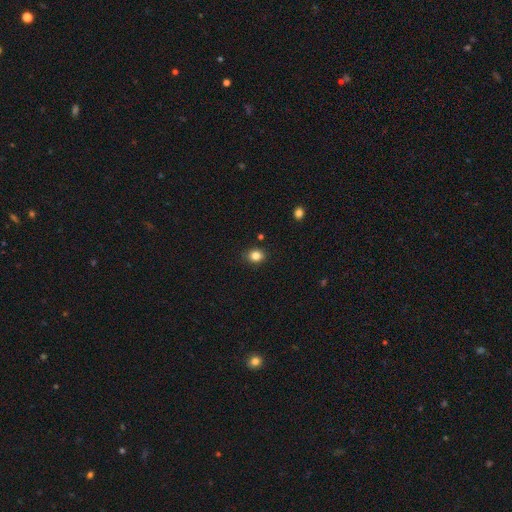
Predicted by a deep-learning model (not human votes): smooth 84%, star or artifact 12%, featured or disk 5%. Down the decision tree: how rounded — round (70%); merging — none (88%).